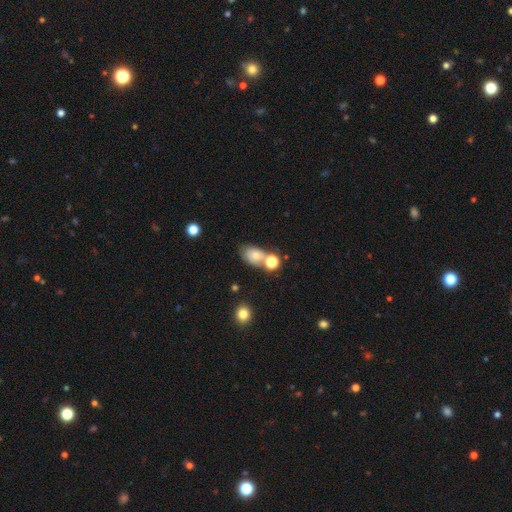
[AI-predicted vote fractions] The model was most divided on "merging": none: 43%, merger: 33%, minor disturbance: 17%, major disturbance: 7%. More confident: how rounded — in between (74%); smooth or featured — smooth (69%).